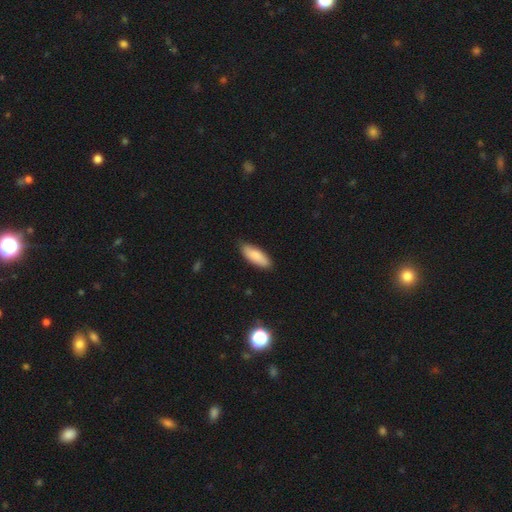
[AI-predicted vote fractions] Smooth or featured? smooth (84%)
How rounded? in between (69%)
Merging? none (85%)